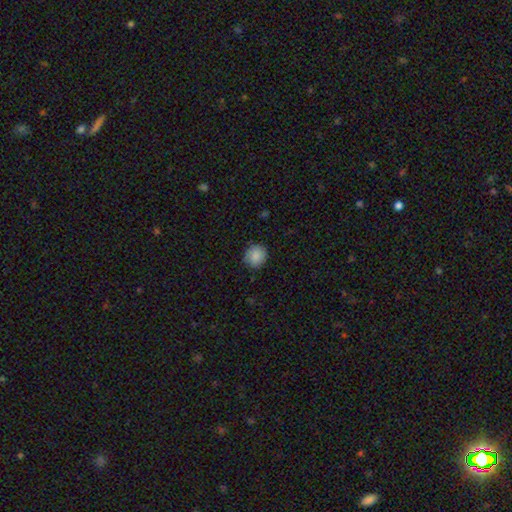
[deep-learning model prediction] Morphology: type=smooth (87%); roundness=round (86%); merging=none (84%).